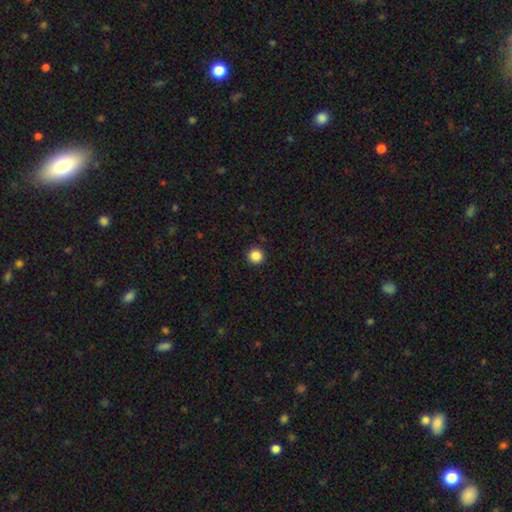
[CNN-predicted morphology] A smooth galaxy with no disk features (86%) that is round (96%).

Vote fractions:
- Smooth or featured? smooth: 86% / star or artifact: 10% / featured or disk: 3%
- How rounded? round: 96% / in between: 3% / cigar-shaped: 1%
- Merging? none: 93% / minor disturbance: 4% / major disturbance: 2% / merger: 1%